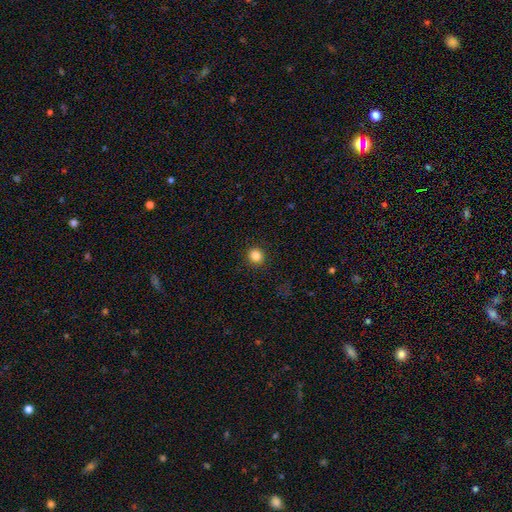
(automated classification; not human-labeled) Smooth or featured? Predicted: smooth (p=0.84). How rounded? Predicted: round (p=0.82). Merging? Predicted: none (p=0.91).